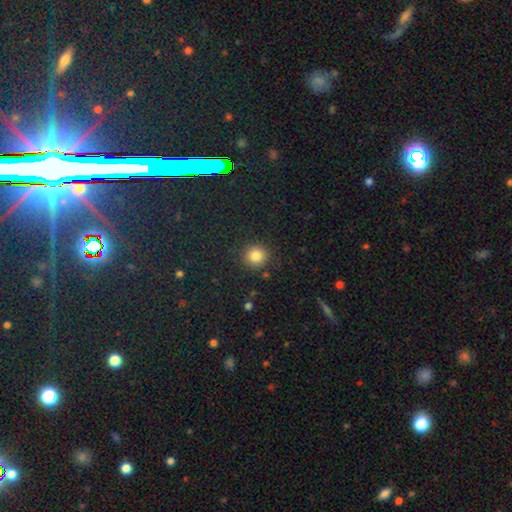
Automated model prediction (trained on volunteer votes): A smooth galaxy with no disk features (84%) that is round (92%).

Vote fractions:
- Smooth or featured? smooth: 84% / star or artifact: 12% / featured or disk: 5%
- How rounded? round: 92% / in between: 7% / cigar-shaped: 1%
- Merging? none: 89% / minor disturbance: 7% / major disturbance: 3% / merger: 2%